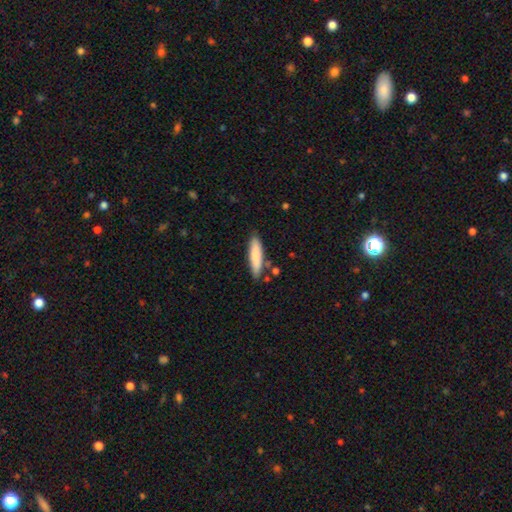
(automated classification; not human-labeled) A smooth galaxy with no disk features (82%) that is cigar-shaped (76%). Merging: none (80%).